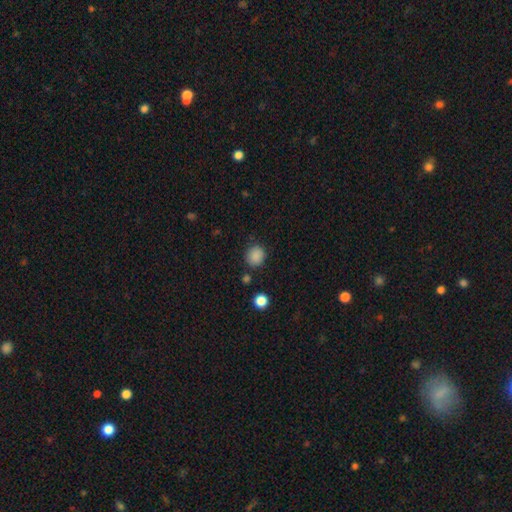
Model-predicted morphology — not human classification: This appears to be a smooth galaxy with no disk features (87%) that is round (85%). Merging: none (84%).